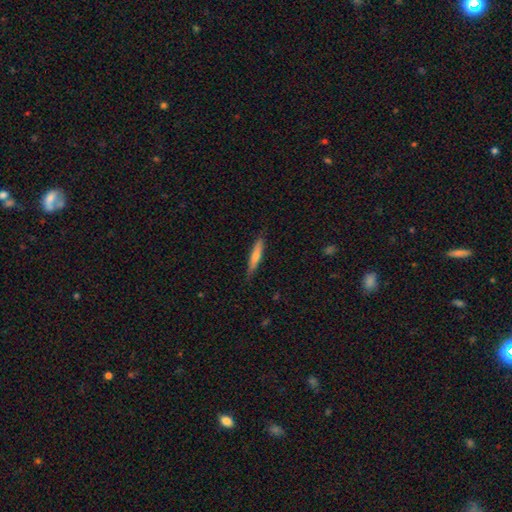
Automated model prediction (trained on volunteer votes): Smooth or featured?
  - smooth: 66% *
  - featured or disk: 28%
  - star or artifact: 6%
How rounded?
  - cigar-shaped: 89% *
  - in between: 9%
  - round: 1%
Merging?
  - none: 82% *
  - minor disturbance: 14%
  - major disturbance: 2%
  - merger: 1%